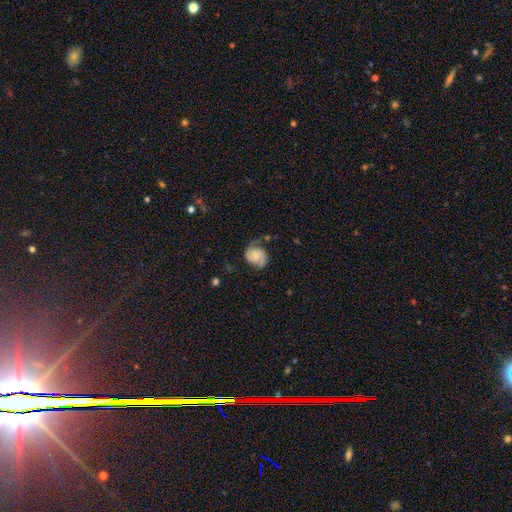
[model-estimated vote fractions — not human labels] This appears to be a featured or disk galaxy (54%) with no bar (71%), spiral arms (91%) and a small central bulge (43%). Merging: none (60%).